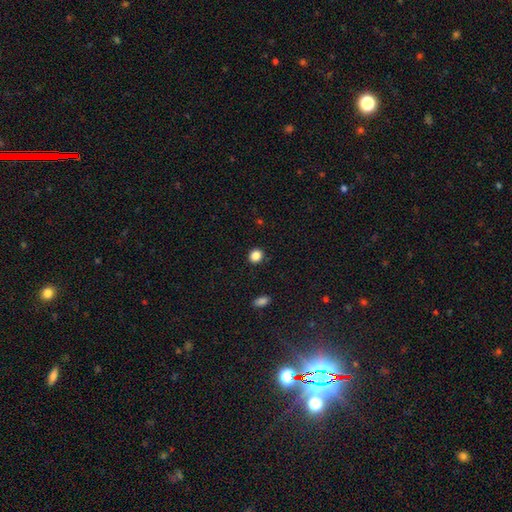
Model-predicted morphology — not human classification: smooth-or-featured: smooth: 86% | star or artifact: 11% | featured or disk: 3%
  how-rounded: round: 77% | in between: 22% | cigar-shaped: 1%
  merging: none: 90% | minor disturbance: 6% | major disturbance: 2% | merger: 1%